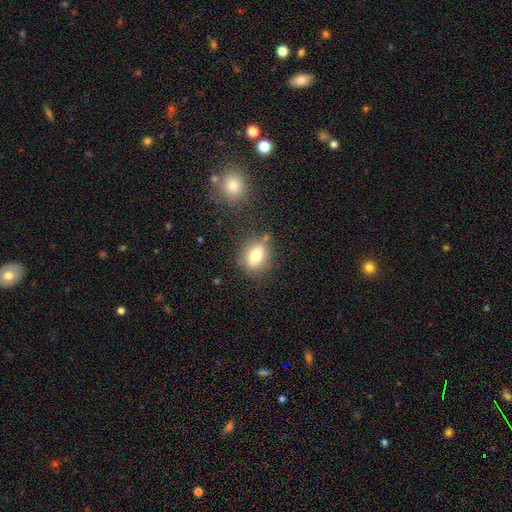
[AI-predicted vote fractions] Smooth or featured?
  - smooth: 71% *
  - featured or disk: 19%
  - star or artifact: 10%
How rounded?
  - in between: 58% *
  - round: 38%
  - cigar-shaped: 5%
Merging?
  - none: 77% *
  - minor disturbance: 14%
  - merger: 6%
  - major disturbance: 4%